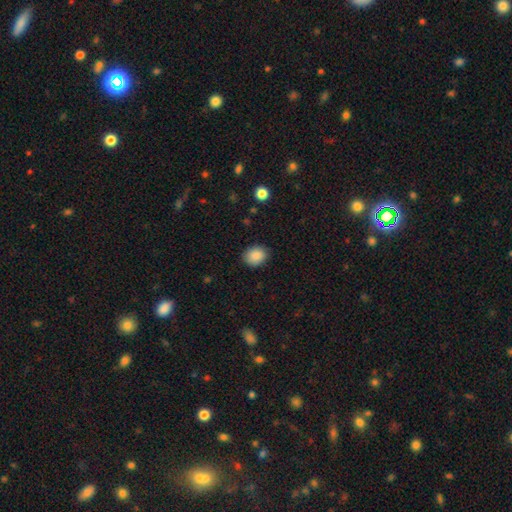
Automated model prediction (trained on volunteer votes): This is clearly a smooth galaxy (89%). How rounded: possibly round (53%). Merging: clearly none (86%).